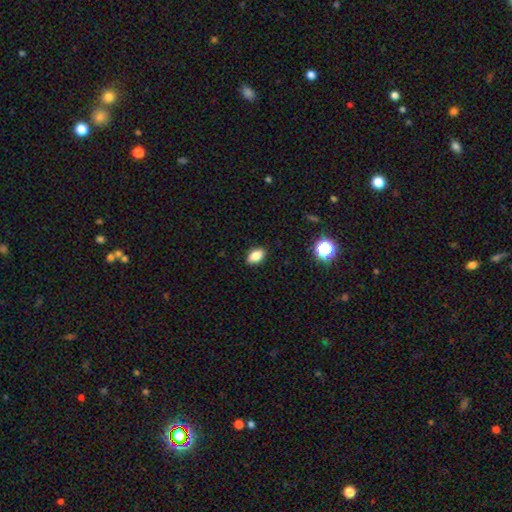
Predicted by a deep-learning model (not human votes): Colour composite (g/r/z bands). It shows a smooth galaxy with no disk features (83%) that is in between round and cigar-shaped (87%). Merging: none (88%).